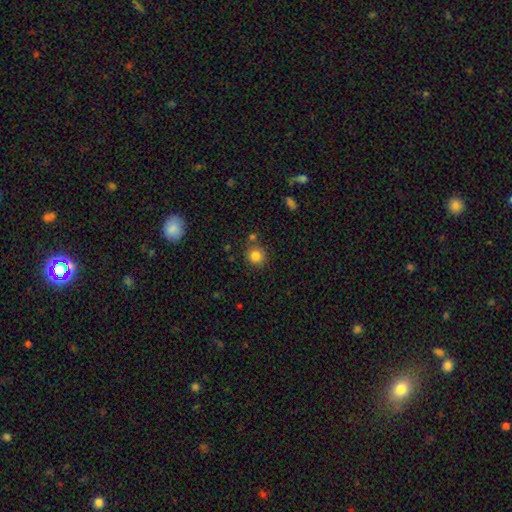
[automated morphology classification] type=smooth (83%); roundness=round (91%); merging=none (77%).